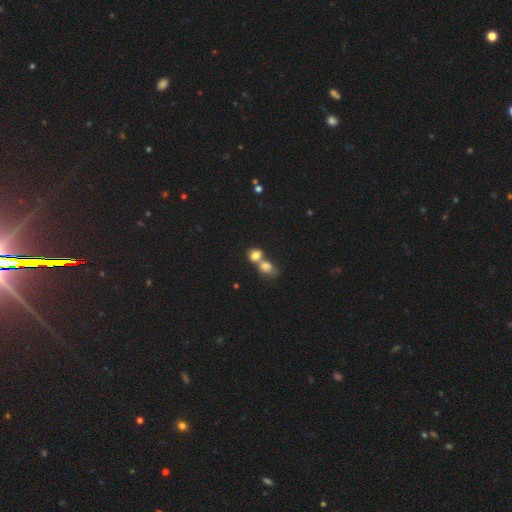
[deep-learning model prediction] smooth 79%, star or artifact 11%, featured or disk 10%. Down the decision tree: how rounded — round (52%); merging — merger (64%).